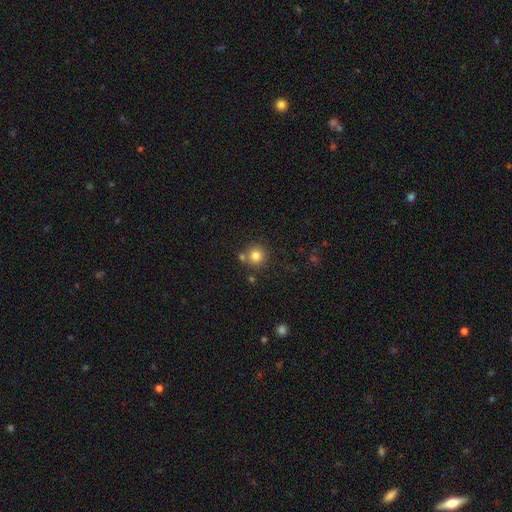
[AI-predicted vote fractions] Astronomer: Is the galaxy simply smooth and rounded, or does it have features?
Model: smooth — 81%.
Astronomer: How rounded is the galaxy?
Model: round — 94%.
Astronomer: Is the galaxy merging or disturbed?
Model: none — 74%.